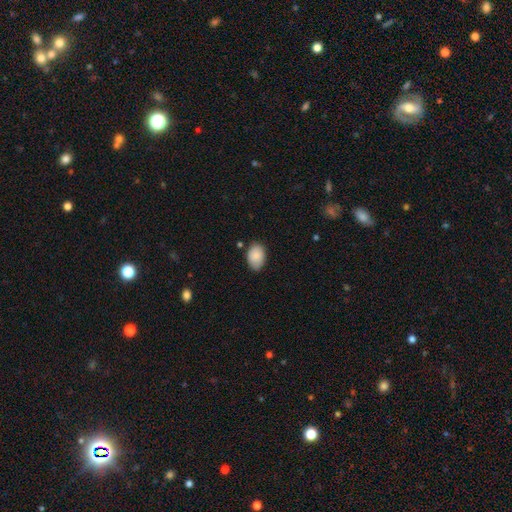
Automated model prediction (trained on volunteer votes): Morphology: type=smooth (88%); roundness=in between (85%); merging=none (79%).